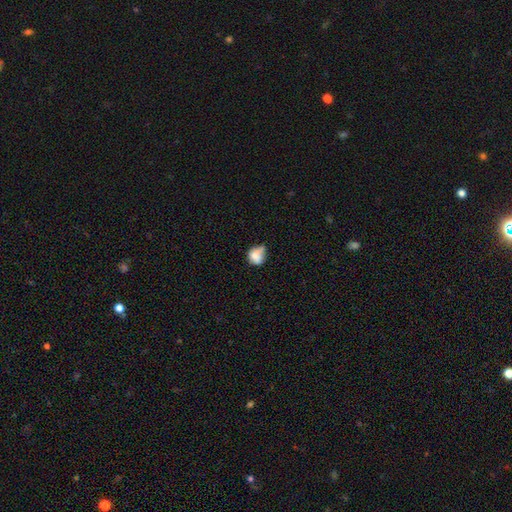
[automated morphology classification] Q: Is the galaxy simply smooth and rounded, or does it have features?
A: smooth — 67%.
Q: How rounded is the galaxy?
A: round — 60%.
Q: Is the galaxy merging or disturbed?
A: none — 34%.